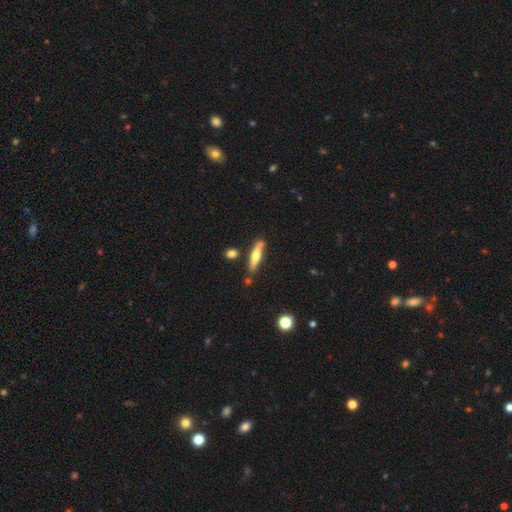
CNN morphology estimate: Smooth or featured? Predicted: smooth (p=0.48). Merging? Predicted: none (p=0.78).